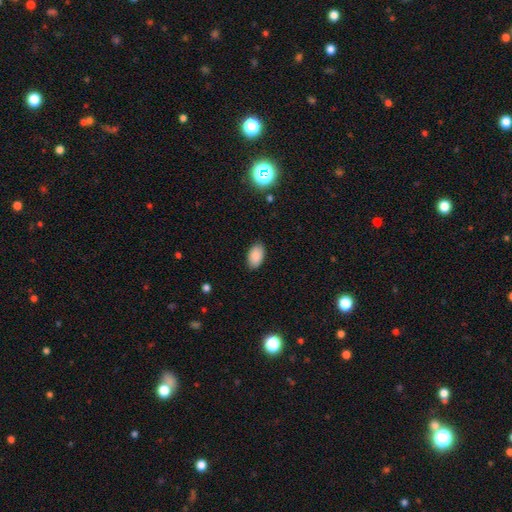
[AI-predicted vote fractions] A smooth galaxy with no disk features (88%) that is in between round and cigar-shaped (94%).

Vote fractions:
- Smooth or featured? smooth: 88% / star or artifact: 7% / featured or disk: 5%
- How rounded? in between: 94% / round: 5% / cigar-shaped: 1%
- Merging? none: 86% / minor disturbance: 11% / major disturbance: 2% / merger: 1%